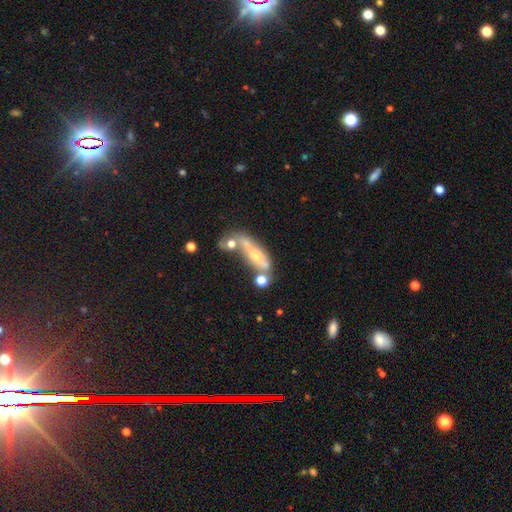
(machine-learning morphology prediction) A featured or disk galaxy (56%) viewed edge-on (52%).

Vote fractions:
- Smooth or featured? featured or disk: 56% / smooth: 34% / star or artifact: 10%
- Edge-on disk? yes: 52% / no: 48%
- Merging? merger: 35% (tied) / none: 35% (tied) / minor disturbance: 17% / major disturbance: 13%